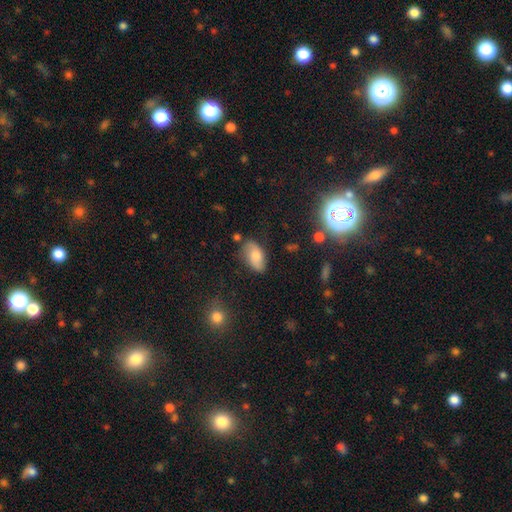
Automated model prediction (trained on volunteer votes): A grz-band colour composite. It shows a smooth galaxy with no disk features (63%) that is in between round and cigar-shaped (92%). Merging: none (72%).